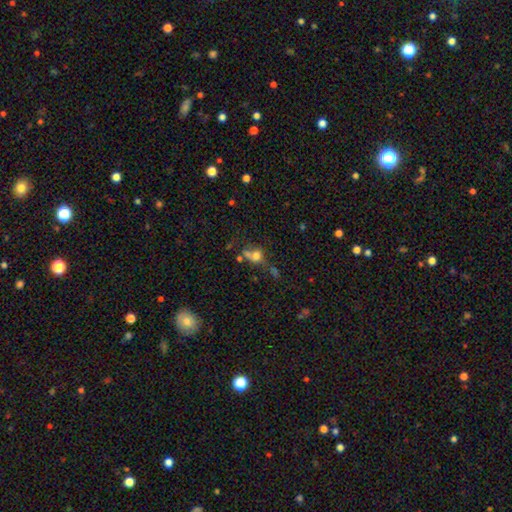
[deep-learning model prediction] Smooth or featured: smooth — 67% (star or artifact — 17%)
How rounded: round — 68% (in between — 30%)
Merging: merger — 37% (none — 36%)